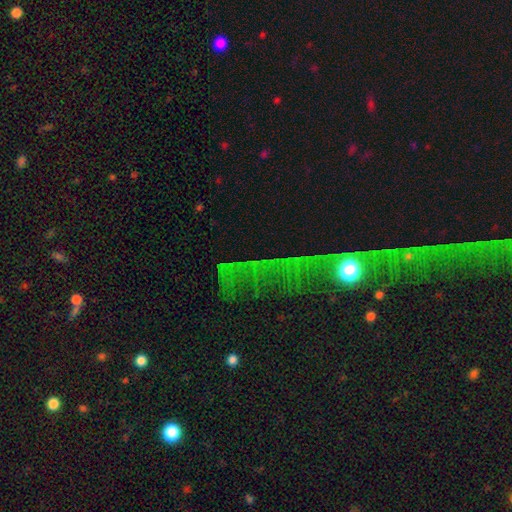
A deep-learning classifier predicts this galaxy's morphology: type=star or artifact (70%).